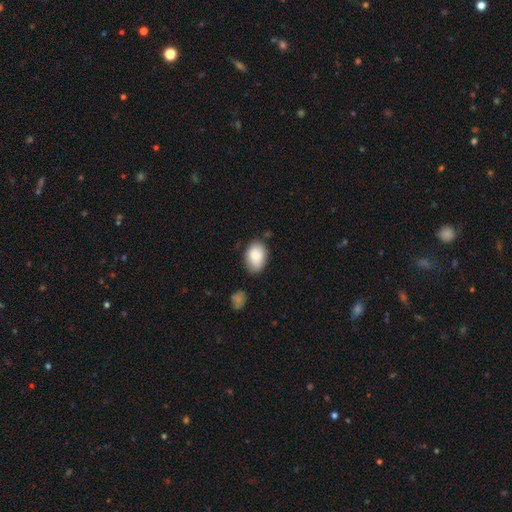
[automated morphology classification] The model was most divided on "merging": none: 68%, minor disturbance: 23%, merger: 4%, major disturbance: 4%. More confident: how rounded — in between (87%); smooth or featured — smooth (86%).